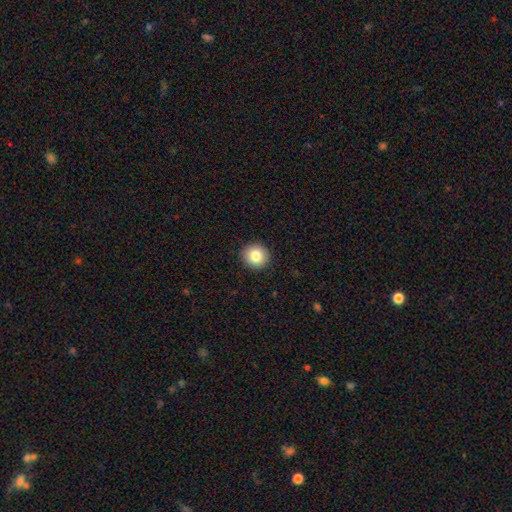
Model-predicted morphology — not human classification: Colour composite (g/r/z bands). It shows a smooth galaxy with no disk features (83%) that is round (91%). Merging: none (93%).